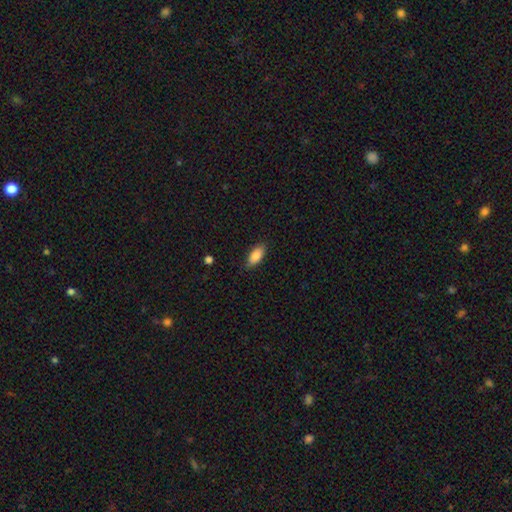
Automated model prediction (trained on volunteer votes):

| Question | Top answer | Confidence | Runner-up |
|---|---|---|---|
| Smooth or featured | smooth | 83% | featured or disk (10%) |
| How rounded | in between | 86% | cigar-shaped (12%) |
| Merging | none | 84% | minor disturbance (12%) |